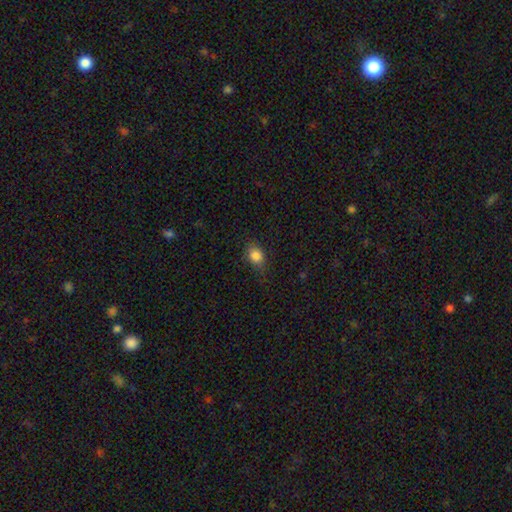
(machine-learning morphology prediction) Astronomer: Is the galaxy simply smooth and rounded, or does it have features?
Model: smooth — 84%.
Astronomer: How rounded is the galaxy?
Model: in between — 56% (runner-up: round, 43%).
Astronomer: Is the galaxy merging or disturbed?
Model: none — 77%.